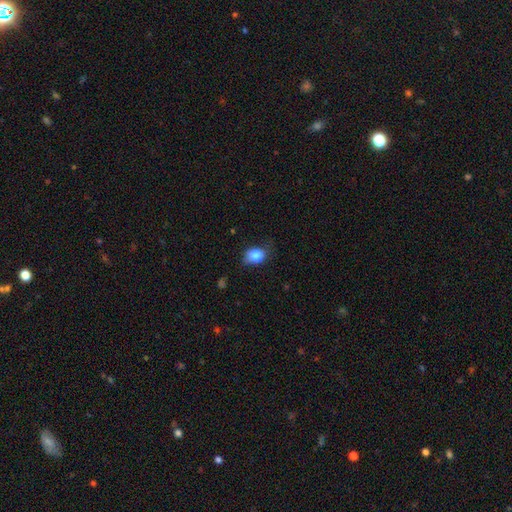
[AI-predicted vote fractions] Overall: smooth (79%). How rounded: in between (56%; round 43%). Merging: none (64%; minor disturbance 27%).